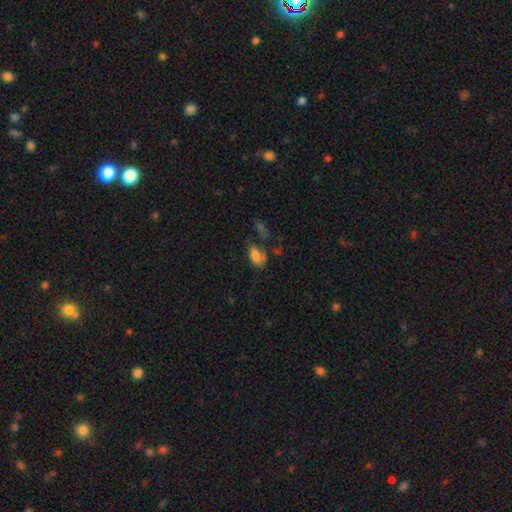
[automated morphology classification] Smooth or featured: smooth — 75% (featured or disk — 14%)
How rounded: in between — 91% (round — 6%)
Merging: none — 40% (minor disturbance — 25%)